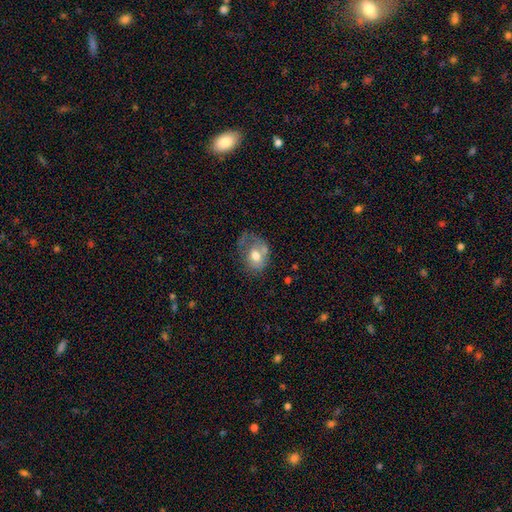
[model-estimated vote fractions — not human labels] smooth 61%, featured or disk 31%, star or artifact 8%. Down the decision tree: how rounded — in between (59%); merging — none (32%).